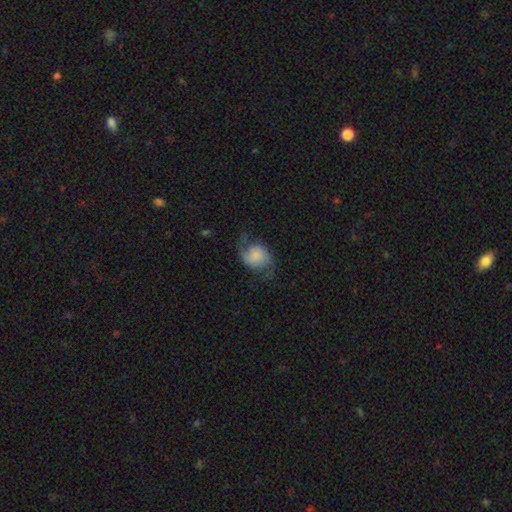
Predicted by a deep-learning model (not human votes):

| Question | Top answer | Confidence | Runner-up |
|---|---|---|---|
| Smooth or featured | featured or disk | 60% | smooth (32%) |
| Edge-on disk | no | 97% | yes (3%) |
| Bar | no | 69% | weak (26%) |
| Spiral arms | yes | 92% | no (8%) |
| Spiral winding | loose | 59% | medium (32%) |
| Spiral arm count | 2 | 91% | 1 (4%) |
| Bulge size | none | 31% | small (22%) |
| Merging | none | 62% | minor disturbance (20%) |